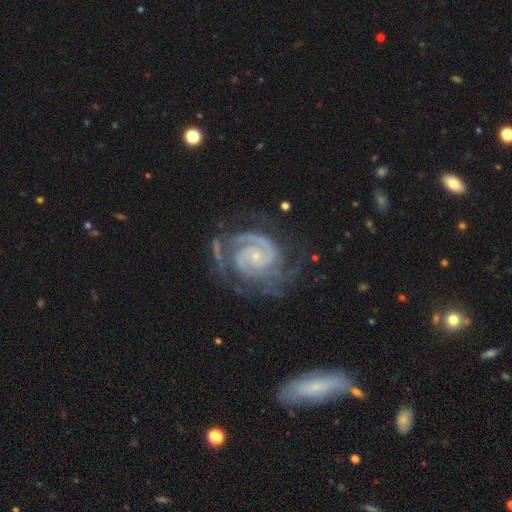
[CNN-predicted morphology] smooth-or-featured: featured or disk: 92% | star or artifact: 5% | smooth: 3%
  disk-edge-on: no: 98% | yes: 2%
    bar: no: 69% | weak: 23% | strong: 8%
    has-spiral-arms: yes: 98% | no: 2%
      spiral-winding: tight: 72% | medium: 25% | loose: 3%
      spiral-arm-count: 2: 52% | 3: 22% | can't tell: 10% | 4: 7% | more than 4: 5% | 1: 5%
    bulge-size: small: 83% | moderate: 12% | none: 3% | large: 1% | dominant: 1%
  merging: none: 66% | minor disturbance: 19% | major disturbance: 13% | merger: 2%